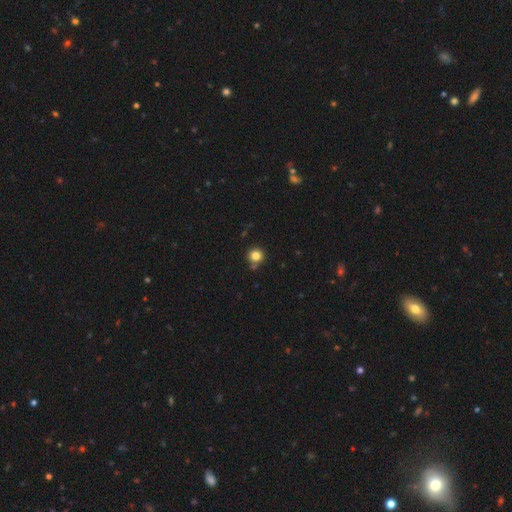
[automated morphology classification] This is clearly a smooth galaxy (82%). How rounded: clearly round (91%). Merging: likely none (79%).